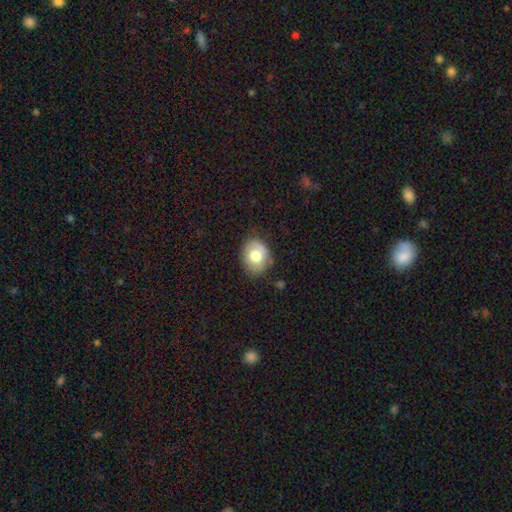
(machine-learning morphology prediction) Smooth or featured? Predicted: smooth (p=0.72). How rounded? Predicted: in between (p=0.57). Merging? Predicted: none (p=0.75).